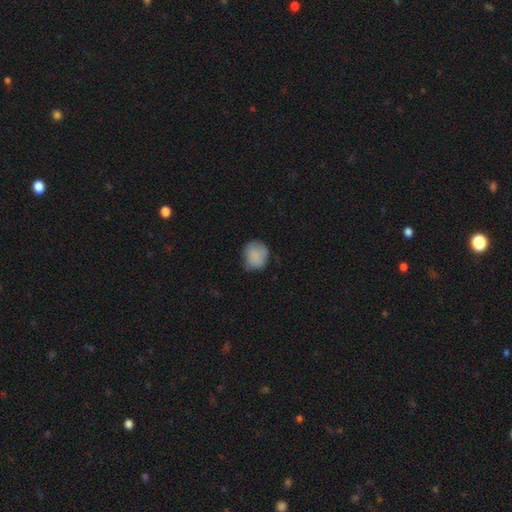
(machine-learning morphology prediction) Smooth or featured? smooth (84%)
How rounded? round (76%)
Merging? none (59%)